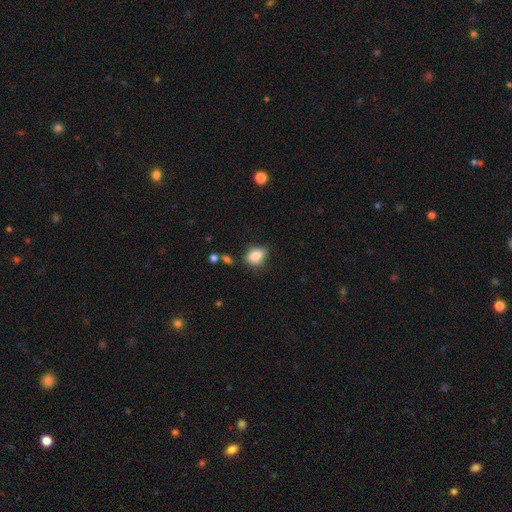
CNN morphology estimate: smooth-or-featured: smooth: 85% | star or artifact: 9% | featured or disk: 6%
  how-rounded: in between: 66% | round: 33% | cigar-shaped: 1%
  merging: none: 66% | minor disturbance: 25% | major disturbance: 5% | merger: 4%